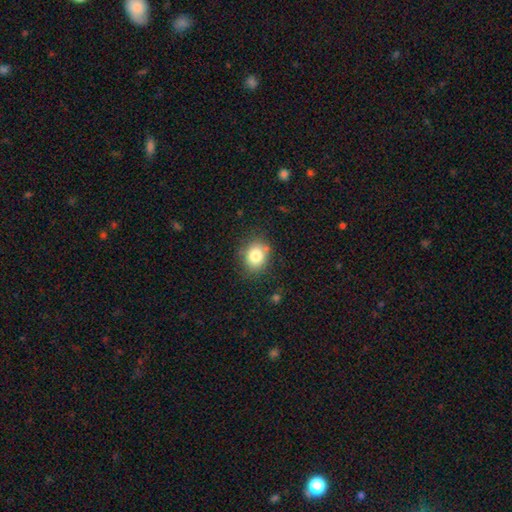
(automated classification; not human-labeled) This appears to be a smooth galaxy with no disk features (81%) that is round (61%). Merging: none (79%).